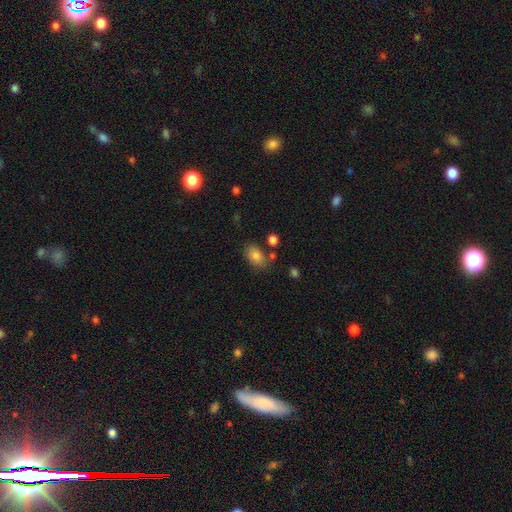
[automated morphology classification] smooth-or-featured: smooth: 84% | star or artifact: 9% | featured or disk: 7%
  how-rounded: in between: 85% | round: 14% | cigar-shaped: 1%
  merging: none: 71% | minor disturbance: 17% | merger: 8% | major disturbance: 5%